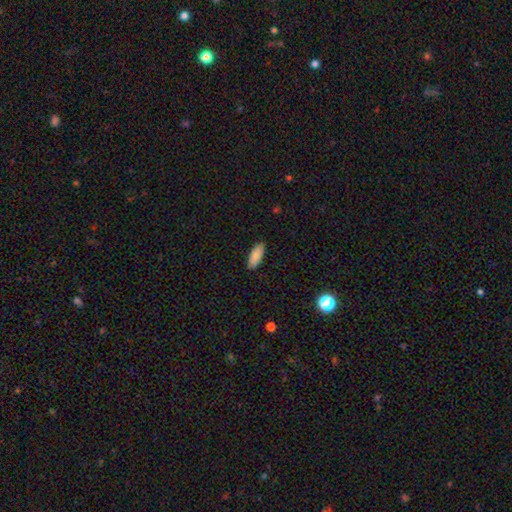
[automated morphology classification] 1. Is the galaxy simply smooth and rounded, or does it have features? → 89% smooth, 6% star or artifact, 5% featured or disk.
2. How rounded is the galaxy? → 74% in between, 24% cigar-shaped, 2% round.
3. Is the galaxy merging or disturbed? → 88% none, 9% minor disturbance, 2% major disturbance, 1% merger.